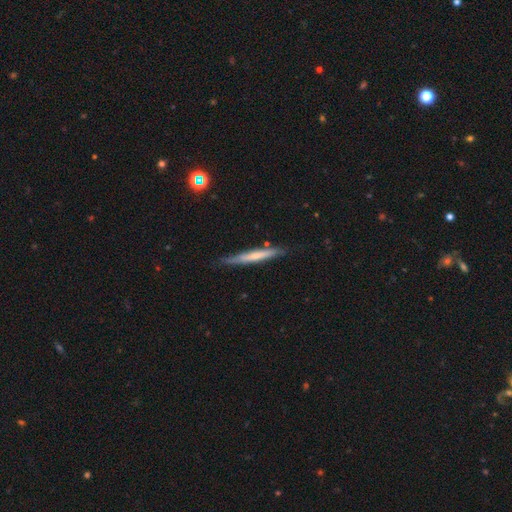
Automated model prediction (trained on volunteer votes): This is possibly a smooth galaxy (47%, tied with featured or disk). Merging: clearly none (81%).